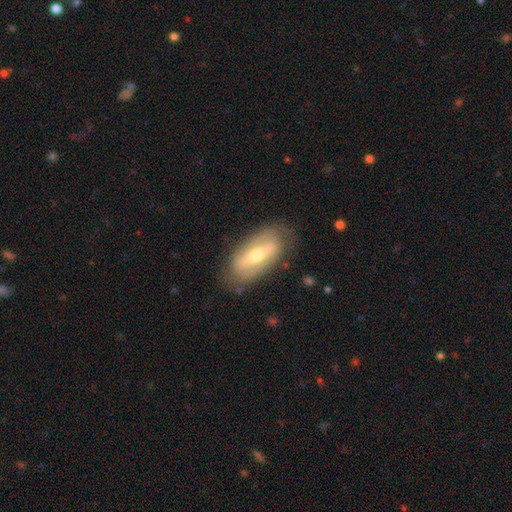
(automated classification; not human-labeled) featured or disk 63%, smooth 31%, star or artifact 6%. Down the decision tree: edge-on disk — no (78%); merging — none (78%).